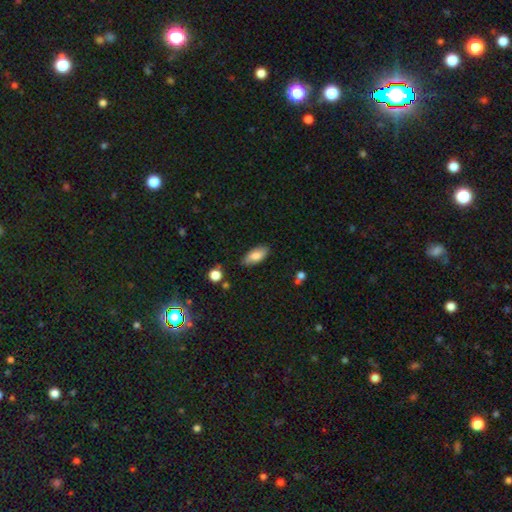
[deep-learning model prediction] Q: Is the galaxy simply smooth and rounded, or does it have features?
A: smooth — 79%.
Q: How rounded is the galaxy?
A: in between — 87%.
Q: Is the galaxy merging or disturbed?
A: none — 83%.